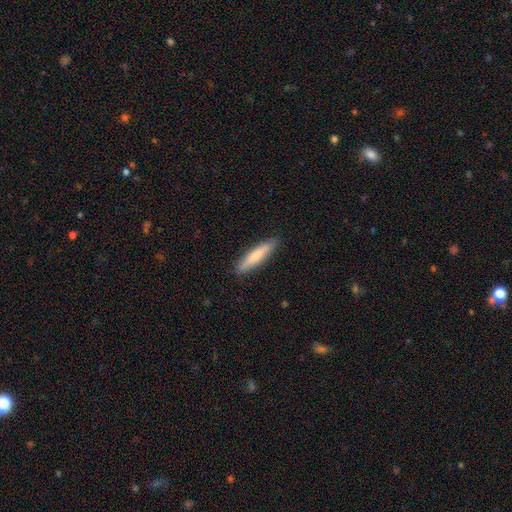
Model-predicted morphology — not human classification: Smooth or featured: smooth — 70% (featured or disk — 25%)
How rounded: cigar-shaped — 84% (in between — 15%)
Merging: none — 89% (minor disturbance — 8%)